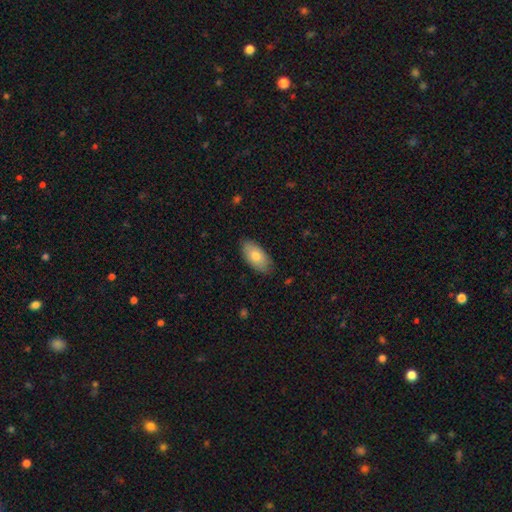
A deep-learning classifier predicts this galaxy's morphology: smooth 76%, featured or disk 18%, star or artifact 6%. Down the decision tree: how rounded — in between (93%); merging — none (83%).